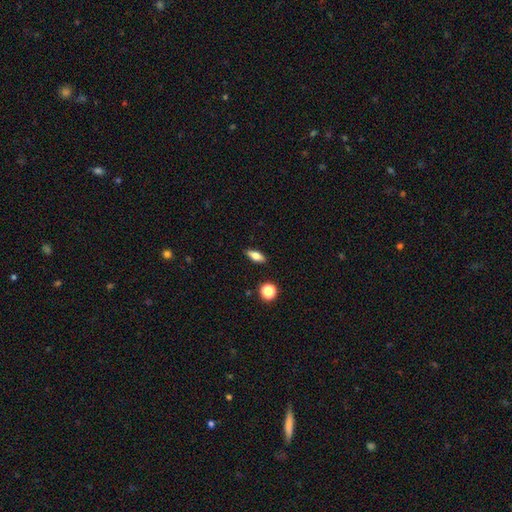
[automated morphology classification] Smooth or featured? smooth (65%)
How rounded? in between (69%)
Merging? none (88%)